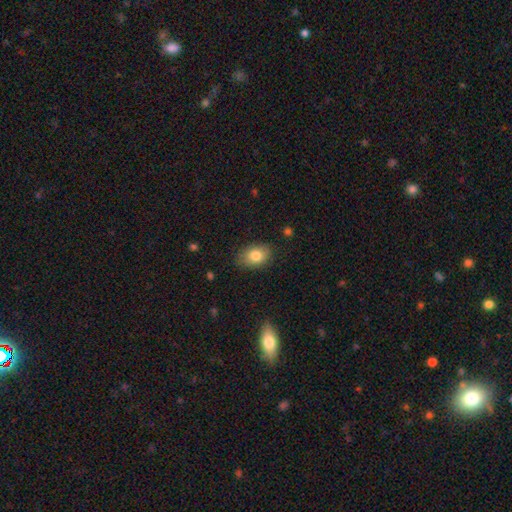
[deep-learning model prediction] A smooth galaxy with no disk features (81%) that is in between round and cigar-shaped (78%).

Vote fractions:
- Smooth or featured? smooth: 81% / featured or disk: 10% / star or artifact: 8%
- How rounded? in between: 78% / round: 21% / cigar-shaped: 1%
- Merging? none: 83% / minor disturbance: 13% / major disturbance: 3% / merger: 1%